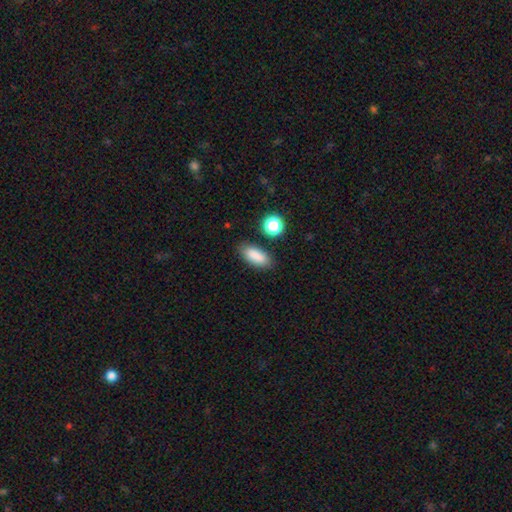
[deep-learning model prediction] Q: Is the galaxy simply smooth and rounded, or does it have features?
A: smooth — 86%.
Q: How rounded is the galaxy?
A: in between — 82%.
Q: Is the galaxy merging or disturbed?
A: none — 83%.